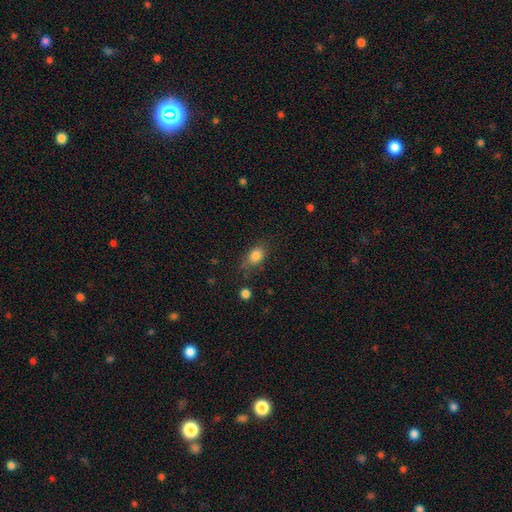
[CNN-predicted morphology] Smooth or featured?
  - smooth: 84% *
  - star or artifact: 9%
  - featured or disk: 7%
How rounded?
  - in between: 77% *
  - round: 19%
  - cigar-shaped: 3%
Merging?
  - none: 70% *
  - minor disturbance: 21%
  - major disturbance: 7%
  - merger: 3%